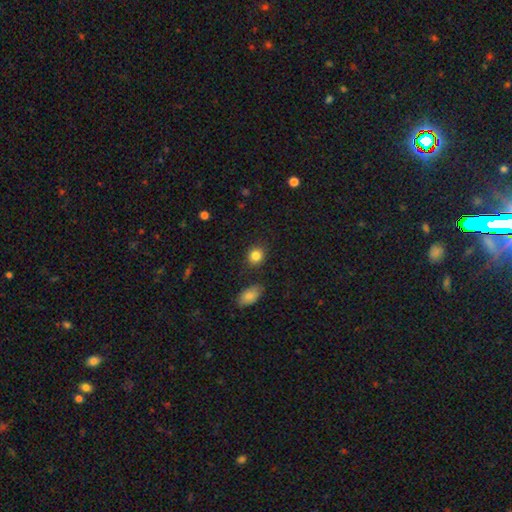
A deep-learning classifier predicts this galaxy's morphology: Overall: smooth (85%). How rounded: round (77%). Merging: none (86%).